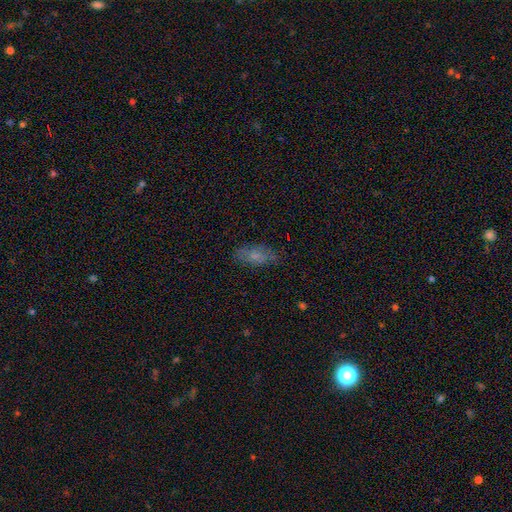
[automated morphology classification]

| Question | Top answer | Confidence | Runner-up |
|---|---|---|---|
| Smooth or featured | smooth | 69% | featured or disk (20%) |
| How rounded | in between | 83% | cigar-shaped (13%) |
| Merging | none | 75% | minor disturbance (18%) |